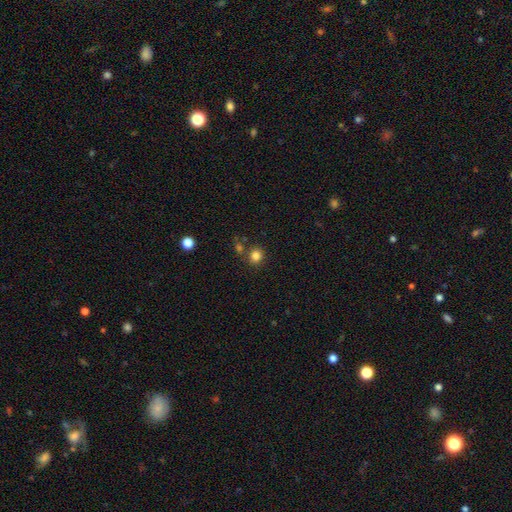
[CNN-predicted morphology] This appears to be a smooth galaxy with no disk features (82%) that is round (80%). Merging: none (76%).